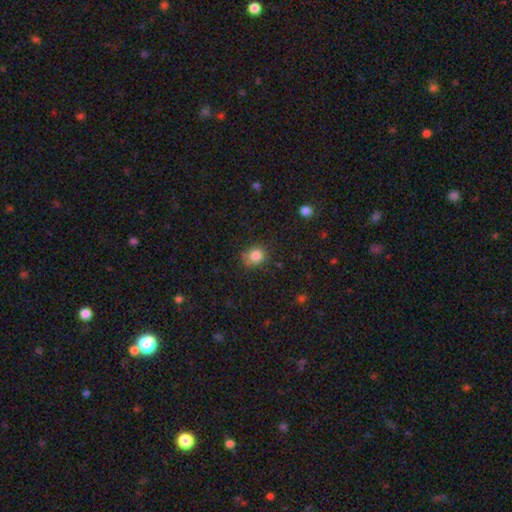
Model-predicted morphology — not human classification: Smooth or featured?
  - smooth: 83% *
  - star or artifact: 11%
  - featured or disk: 6%
How rounded?
  - round: 71% *
  - in between: 28%
  - cigar-shaped: 1%
Merging?
  - none: 67% *
  - minor disturbance: 23%
  - major disturbance: 5%
  - merger: 5%